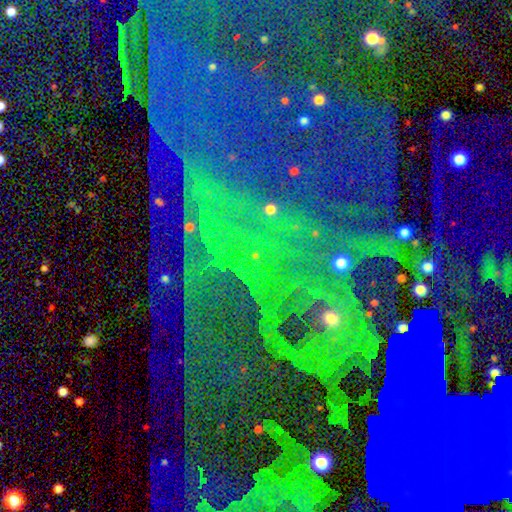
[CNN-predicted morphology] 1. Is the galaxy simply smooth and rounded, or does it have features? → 78% star or artifact, 12% smooth, 10% featured or disk.